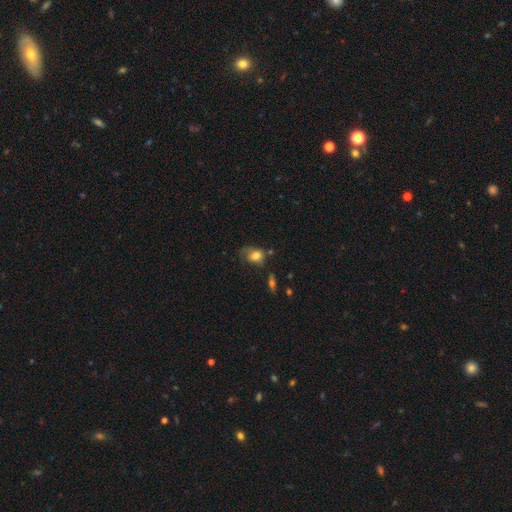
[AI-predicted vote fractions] Morphology: type=smooth (74%); roundness=in between (60%); merging=none (35%).